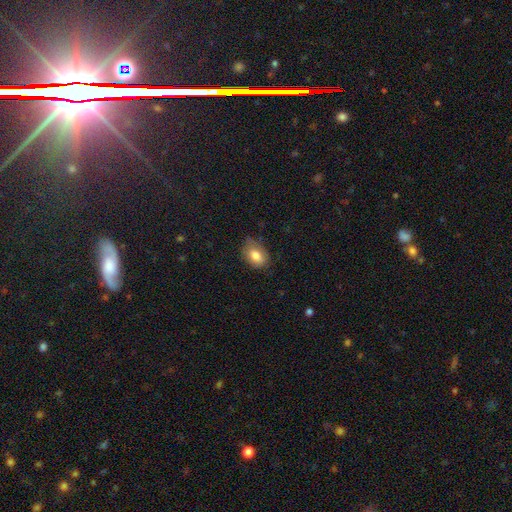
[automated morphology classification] smooth 81%, featured or disk 11%, star or artifact 8%. Down the decision tree: how rounded — in between (81%); merging — none (71%).